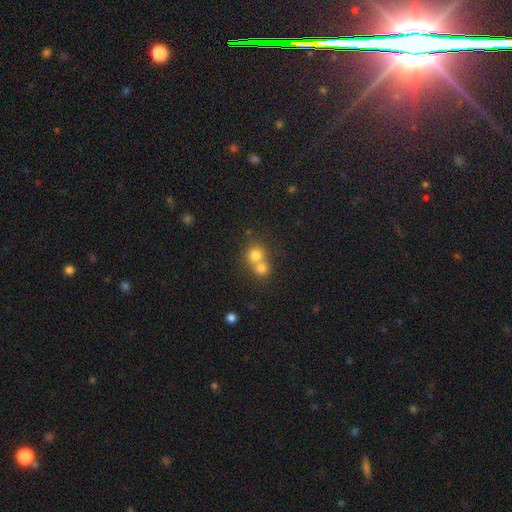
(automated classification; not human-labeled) Overall: smooth (76%). How rounded: round (86%). Merging: merger (60%; none 34%).